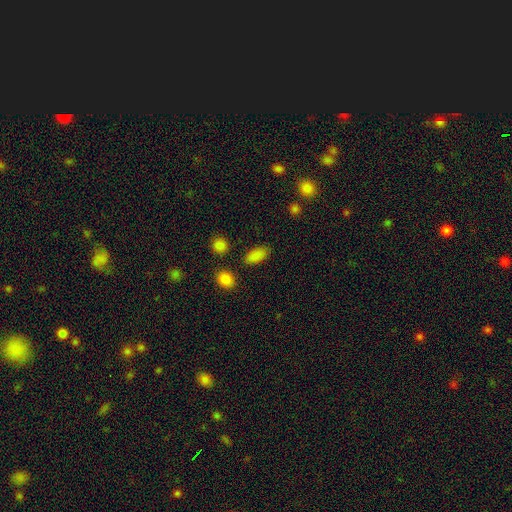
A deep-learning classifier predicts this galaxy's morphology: The model was most divided on "merging": none: 85%, minor disturbance: 9%, merger: 3%, major disturbance: 3%. More confident: how rounded — in between (89%); smooth or featured — smooth (86%).